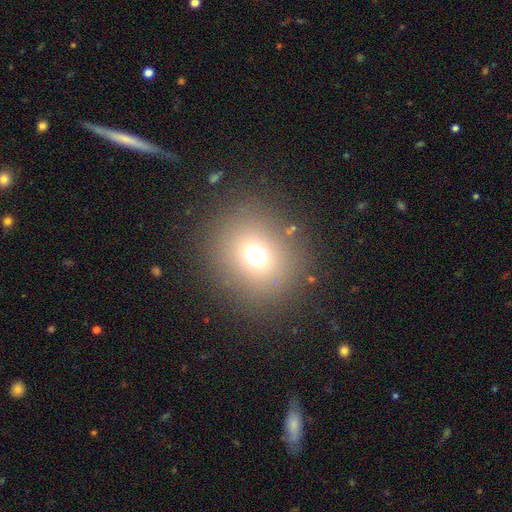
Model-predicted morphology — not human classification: The model was most divided on "smooth or featured": smooth: 67%, star or artifact: 23%, featured or disk: 10%. More confident: merging — none (85%); how rounded — round (74%).